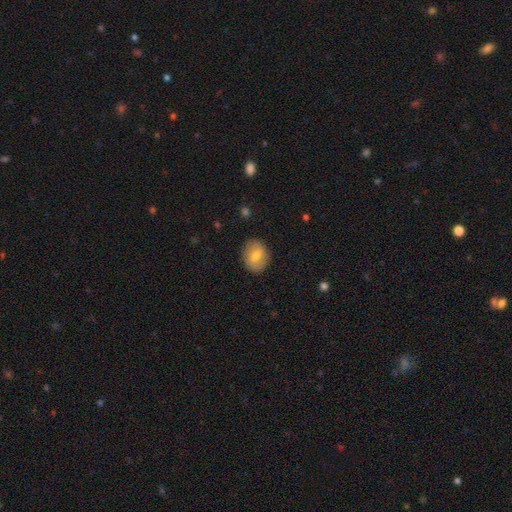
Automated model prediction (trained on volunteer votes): Overall: smooth (69%). How rounded: round (54%; in between 45%). Merging: none (87%).